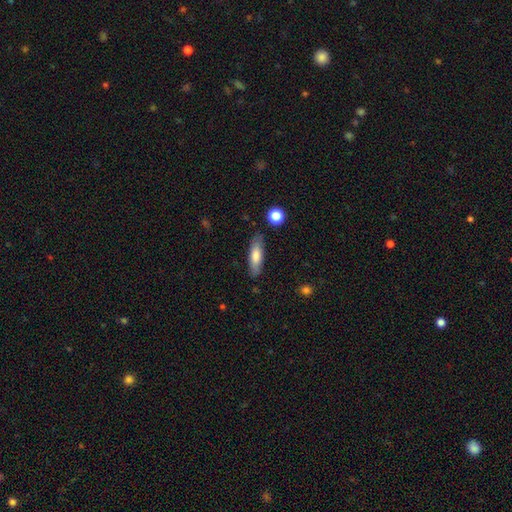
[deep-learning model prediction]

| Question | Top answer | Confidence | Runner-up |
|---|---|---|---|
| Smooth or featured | smooth | 73% | featured or disk (21%) |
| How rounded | cigar-shaped | 56% | in between (42%) |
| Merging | none | 83% | minor disturbance (12%) |